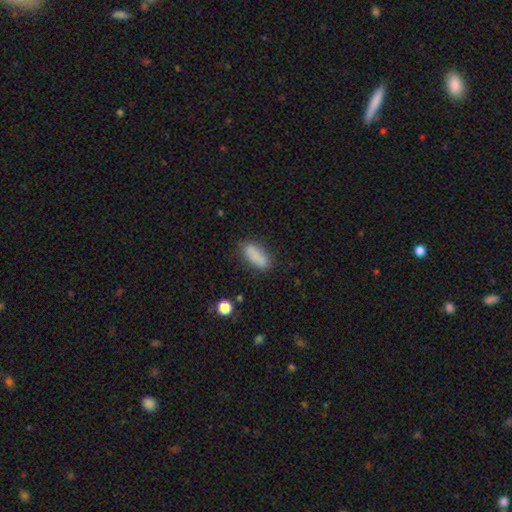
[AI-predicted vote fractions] A smooth galaxy with no disk features (86%) that is in between round and cigar-shaped (70%).

Vote fractions:
- Smooth or featured? smooth: 86% / star or artifact: 8% / featured or disk: 6%
- How rounded? in between: 70% / cigar-shaped: 28% / round: 2%
- Merging? none: 81% / minor disturbance: 14% / major disturbance: 3% / merger: 2%